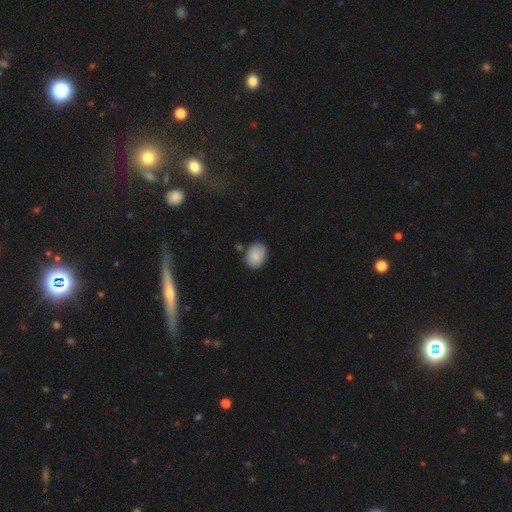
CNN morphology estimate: Smooth or featured? Predicted: smooth (p=0.85). How rounded? Predicted: in between (p=0.63). Merging? Predicted: none (p=0.77).